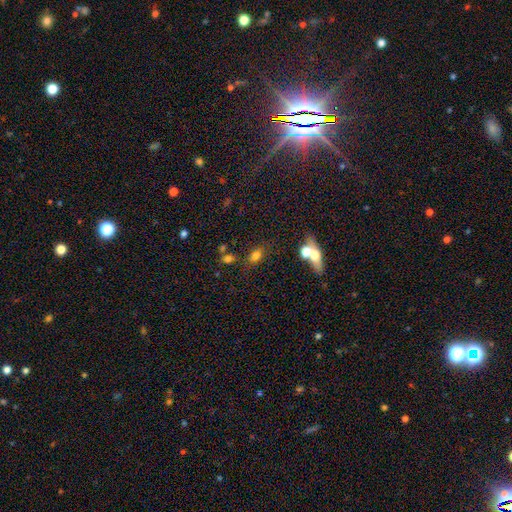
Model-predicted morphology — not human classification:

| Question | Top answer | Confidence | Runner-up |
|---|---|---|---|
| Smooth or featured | smooth | 76% | star or artifact (14%) |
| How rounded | in between | 75% | round (21%) |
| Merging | none | 64% | merger (16%) |